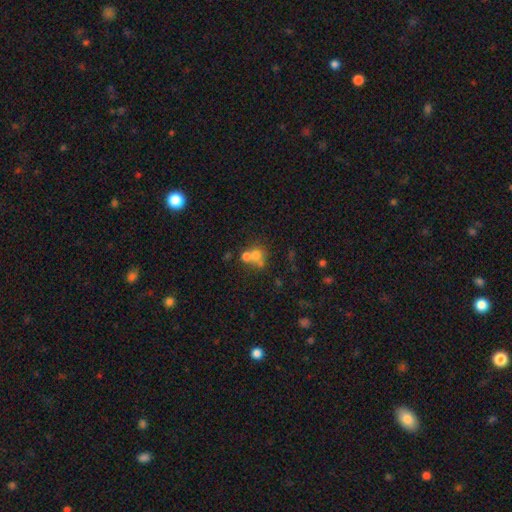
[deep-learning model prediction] This appears to be a smooth galaxy with no disk features (66%) that is round (77%). Merging: merger (52%).